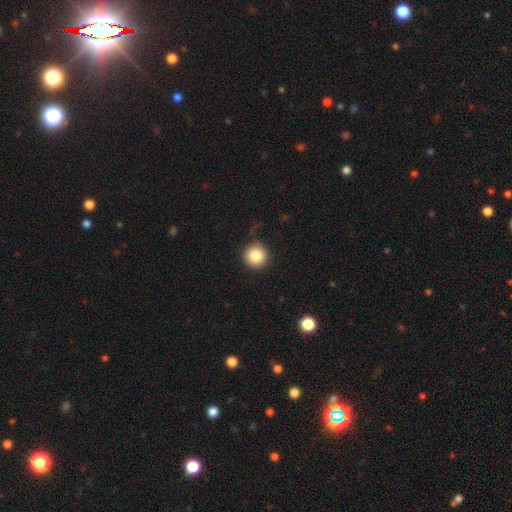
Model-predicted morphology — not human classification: Smooth or featured? Predicted: smooth (p=0.85). How rounded? Predicted: round (p=0.95). Merging? Predicted: none (p=0.84).